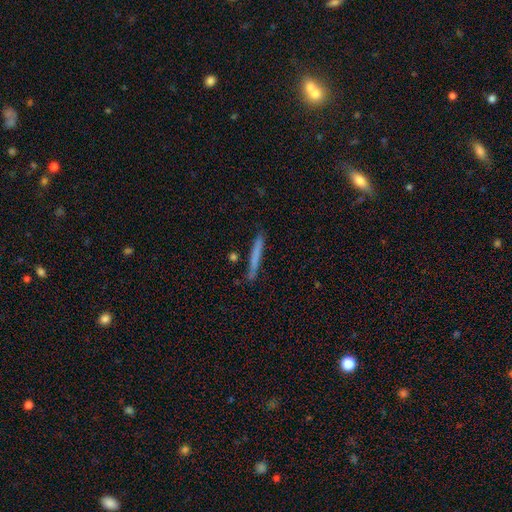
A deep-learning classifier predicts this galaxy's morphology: Smooth or featured?
  - smooth: 68% *
  - featured or disk: 25%
  - star or artifact: 7%
How rounded?
  - cigar-shaped: 96% *
  - in between: 2%
  - round: 1%
Merging?
  - none: 83% *
  - minor disturbance: 11%
  - merger: 3%
  - major disturbance: 2%